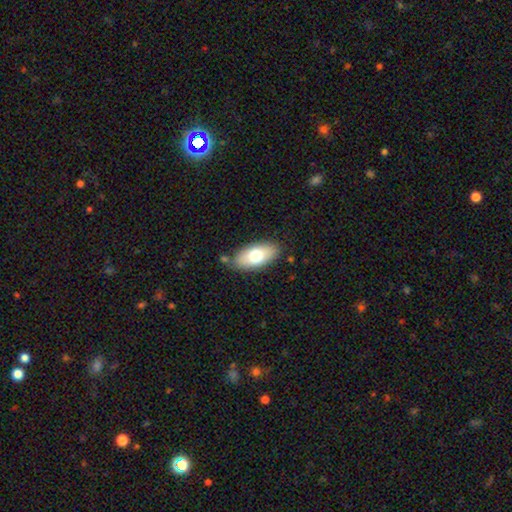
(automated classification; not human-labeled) smooth 70%, featured or disk 23%, star or artifact 7%. Down the decision tree: how rounded — in between (90%); merging — none (80%).